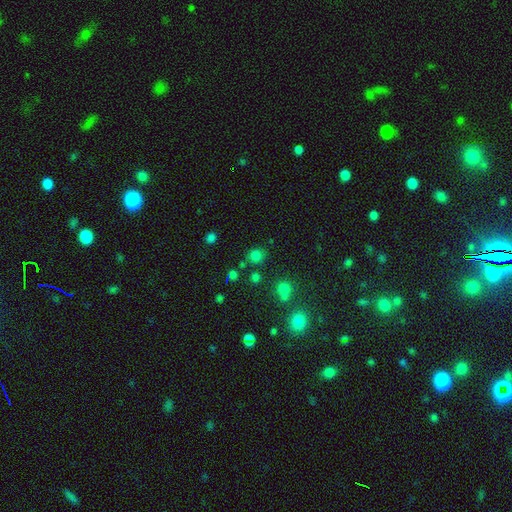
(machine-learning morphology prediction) Smooth or featured?
  - smooth: 73% *
  - star or artifact: 21%
  - featured or disk: 6%
How rounded?
  - round: 84% *
  - in between: 15%
  - cigar-shaped: 1%
Merging?
  - none: 77% *
  - minor disturbance: 11%
  - merger: 8%
  - major disturbance: 4%